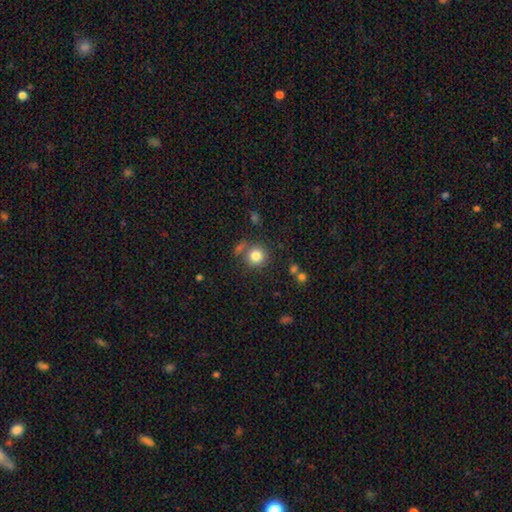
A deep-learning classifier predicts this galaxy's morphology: This appears to be a smooth galaxy with no disk features (82%) that is round (91%). Merging: none (73%).